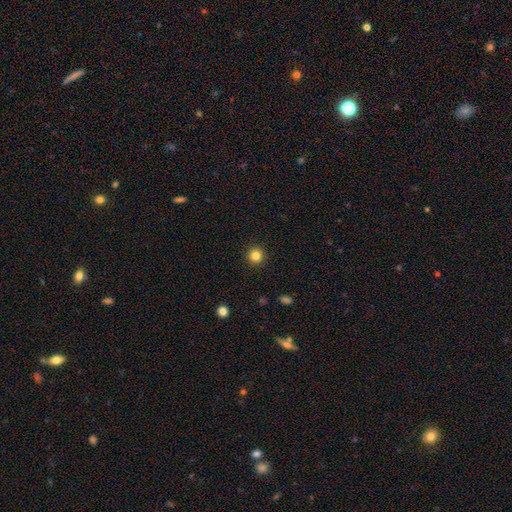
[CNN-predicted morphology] smooth_or_featured: smooth (p=0.83) [alt: star or artifact p=0.12]
how_rounded: round (p=0.95) [alt: in between p=0.04]
merging: none (p=0.93) [alt: minor disturbance p=0.05]